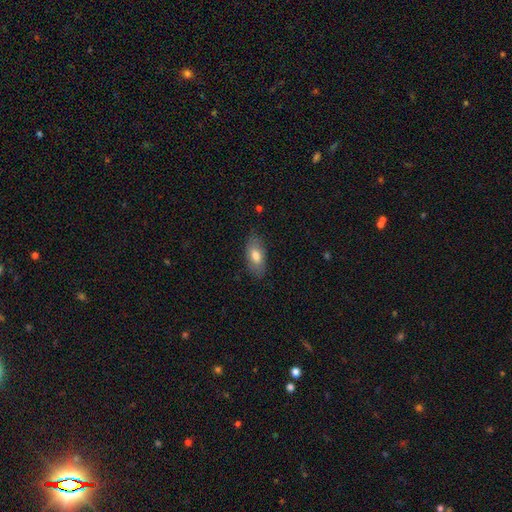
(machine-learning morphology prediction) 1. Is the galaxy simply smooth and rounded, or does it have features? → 77% smooth, 17% featured or disk, 6% star or artifact.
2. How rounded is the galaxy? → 89% in between, 8% cigar-shaped, 3% round.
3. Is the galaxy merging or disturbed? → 81% none, 15% minor disturbance, 3% major disturbance, 1% merger.